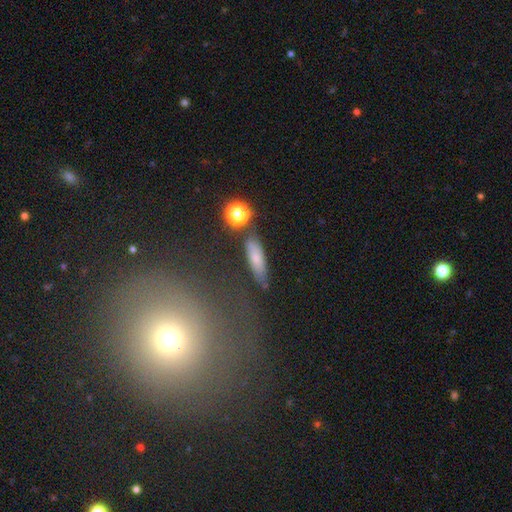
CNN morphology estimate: A smooth galaxy with no disk features (69%) that is cigar-shaped (63%). Merging: none (75%).